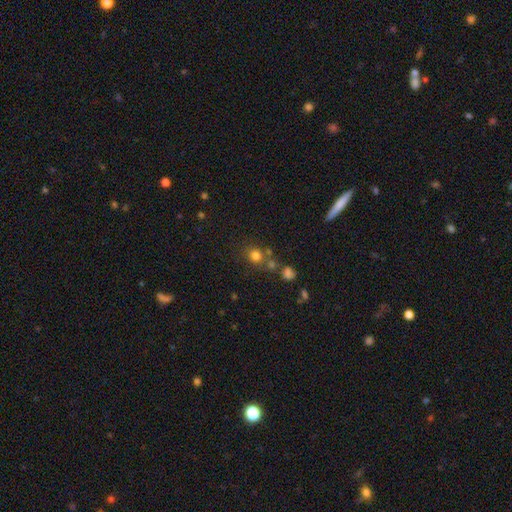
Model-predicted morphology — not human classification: A smooth galaxy with no disk features (76%) that is round (83%).

Vote fractions:
- Smooth or featured? smooth: 76% / star or artifact: 17% / featured or disk: 7%
- How rounded? round: 83% / in between: 16% / cigar-shaped: 1%
- Merging? none: 66% / merger: 19% / minor disturbance: 10% / major disturbance: 4%